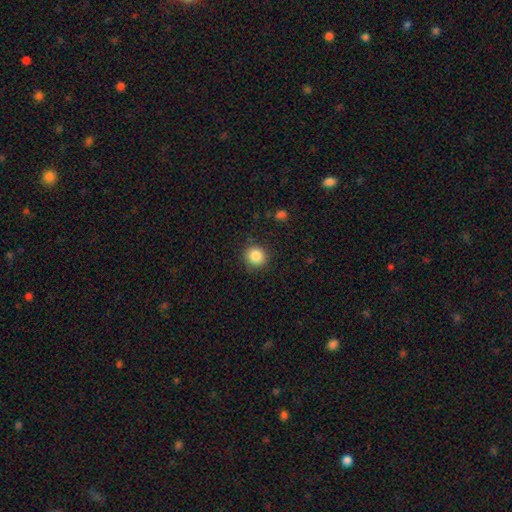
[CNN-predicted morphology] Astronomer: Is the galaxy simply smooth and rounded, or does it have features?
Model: smooth — 86%.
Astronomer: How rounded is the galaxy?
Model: round — 90%.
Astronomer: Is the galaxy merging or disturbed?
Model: none — 88%.